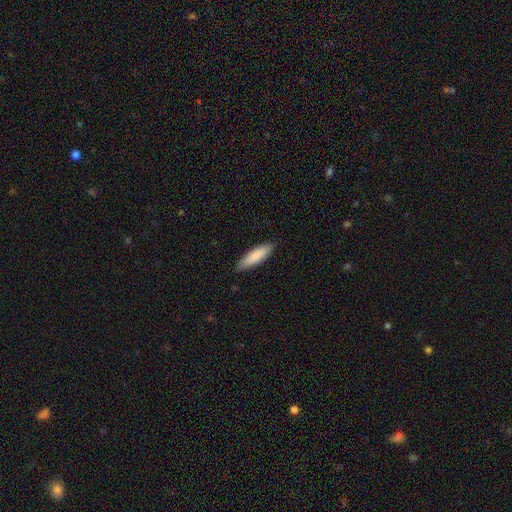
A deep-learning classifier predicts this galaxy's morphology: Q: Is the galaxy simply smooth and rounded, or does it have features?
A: smooth — 83%.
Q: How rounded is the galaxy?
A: cigar-shaped — 64%.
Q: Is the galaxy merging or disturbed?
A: none — 87%.